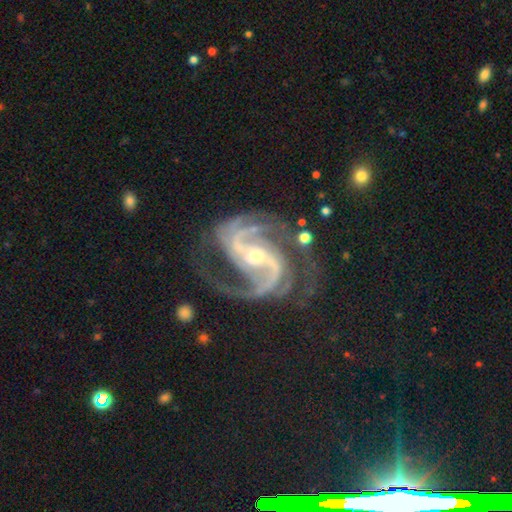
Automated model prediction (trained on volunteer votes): Overall: featured or disk (93%). Edge-on disk: no (98%). Bar: strong (40%; weak 36%). Spiral arms: yes (99%). Spiral arm count: 2 (56%; 3 22%). Spiral winding: medium (59%; tight 24%). Bulge size: small (57%; moderate 39%). Merging: none (65%).